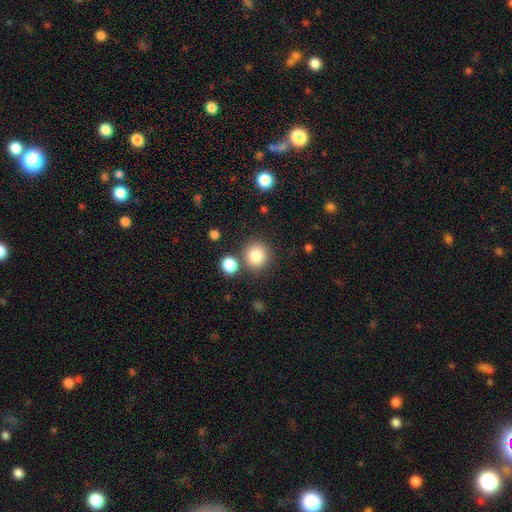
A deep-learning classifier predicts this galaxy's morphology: The model was most divided on "merging": none: 77%, merger: 12%, minor disturbance: 8%, major disturbance: 3%. More confident: how rounded — round (89%); smooth or featured — smooth (84%).